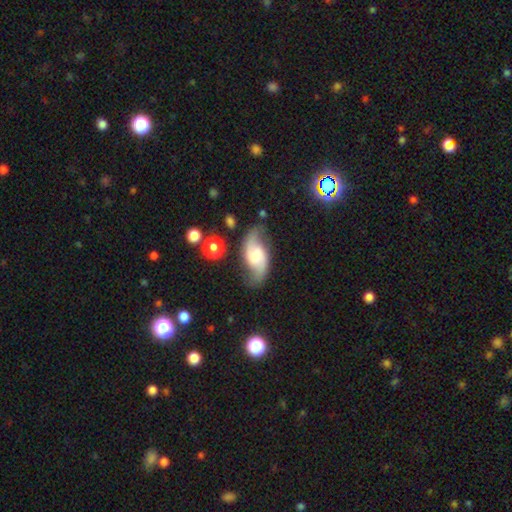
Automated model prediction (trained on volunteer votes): smooth_or_featured: featured or disk (p=0.75) [alt: smooth p=0.19]
disk_edge_on: no (p=0.95) [alt: yes p=0.05]
bar: no (p=0.47) [alt: weak p=0.41]
has_spiral_arms: yes (p=0.94) [alt: no p=0.06]
spiral_winding: loose (p=0.64) [alt: medium p=0.28]
spiral_arm_count: 2 (p=0.91) [alt: can't tell p=0.04]
bulge_size: moderate (p=0.48) [alt: small p=0.23]
merging: none (p=0.71) [alt: minor disturbance p=0.19]